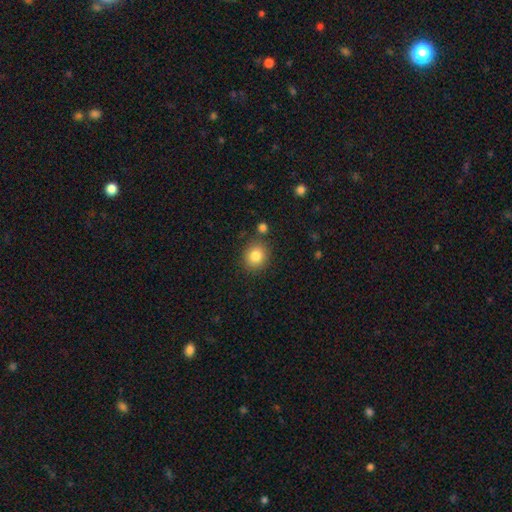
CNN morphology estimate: Q: Smooth or featured?
A: smooth (83%); runner-up: star or artifact (10%)
Q: How rounded?
A: round (82%); runner-up: in between (17%)
Q: Merging?
A: none (83%); runner-up: minor disturbance (9%)